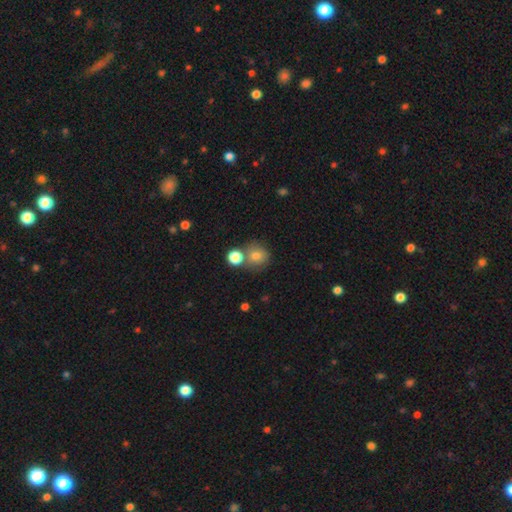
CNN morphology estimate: Q: Smooth or featured?
A: smooth (77%); runner-up: star or artifact (12%)
Q: How rounded?
A: round (87%); runner-up: in between (12%)
Q: Merging?
A: none (60%); runner-up: merger (25%)